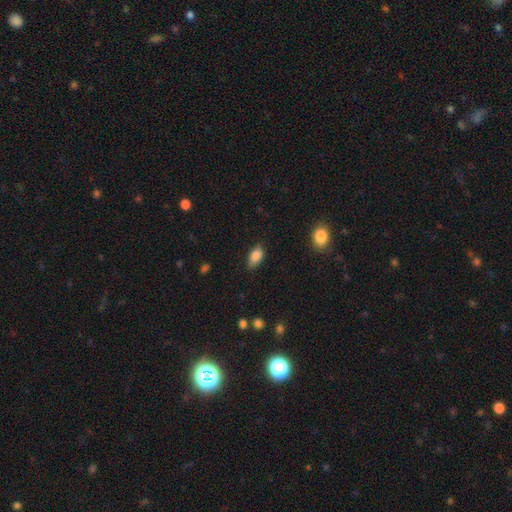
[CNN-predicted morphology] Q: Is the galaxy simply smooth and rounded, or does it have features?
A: smooth — 86%.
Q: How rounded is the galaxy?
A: in between — 91%.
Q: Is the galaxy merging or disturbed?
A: none — 77%.